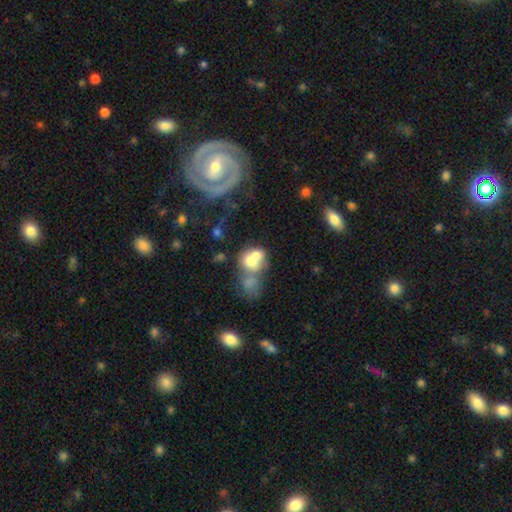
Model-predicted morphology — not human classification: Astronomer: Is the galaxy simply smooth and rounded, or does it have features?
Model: smooth — 59%.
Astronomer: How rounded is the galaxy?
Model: round — 57% (runner-up: in between, 41%).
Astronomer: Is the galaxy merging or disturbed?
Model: merger — 68%.